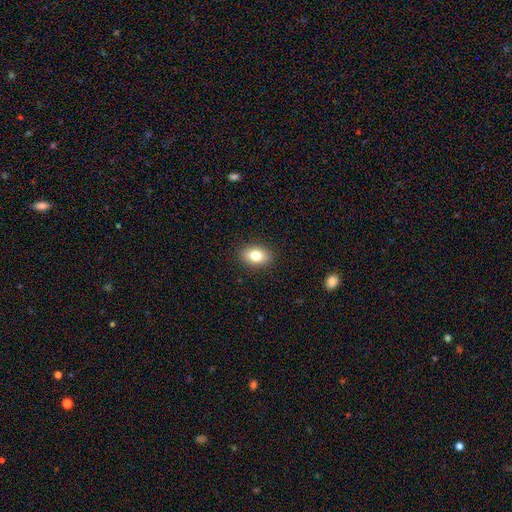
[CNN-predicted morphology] The model was most divided on "how rounded": in between: 81%, round: 18%, cigar-shaped: 1%. More confident: merging — none (89%); smooth or featured — smooth (80%).